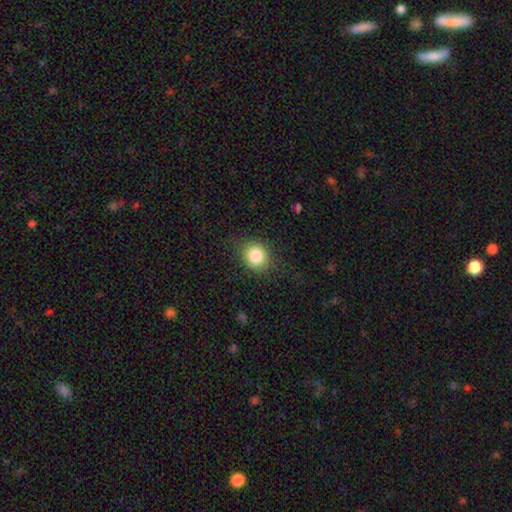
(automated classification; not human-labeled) The model was most divided on "how rounded": round: 80%, in between: 19%, cigar-shaped: 1%. More confident: smooth or featured — smooth (84%); merging — none (82%).